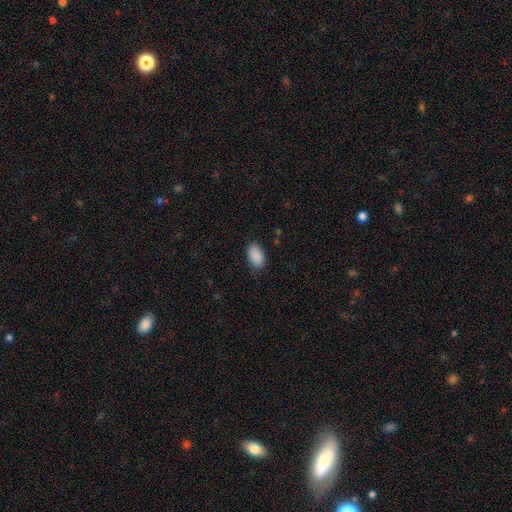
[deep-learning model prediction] A smooth galaxy with no disk features (90%) that is in between round and cigar-shaped (93%).

Vote fractions:
- Smooth or featured? smooth: 90% / star or artifact: 7% / featured or disk: 3%
- How rounded? in between: 93% / round: 5% / cigar-shaped: 1%
- Merging? none: 83% / minor disturbance: 13% / major disturbance: 3% / merger: 1%